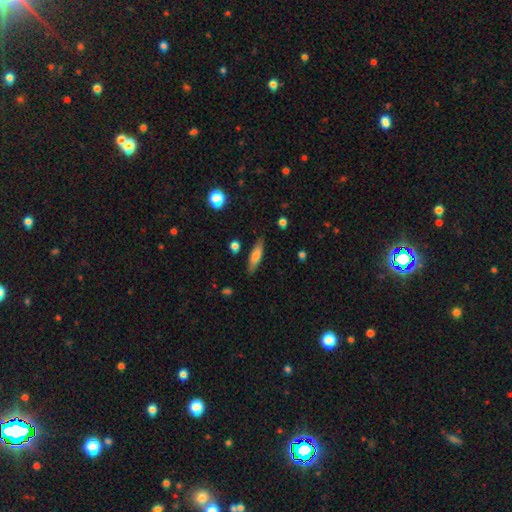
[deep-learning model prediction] This appears to be a smooth galaxy with no disk features (70%) that is cigar-shaped (68%). Merging: none (85%).